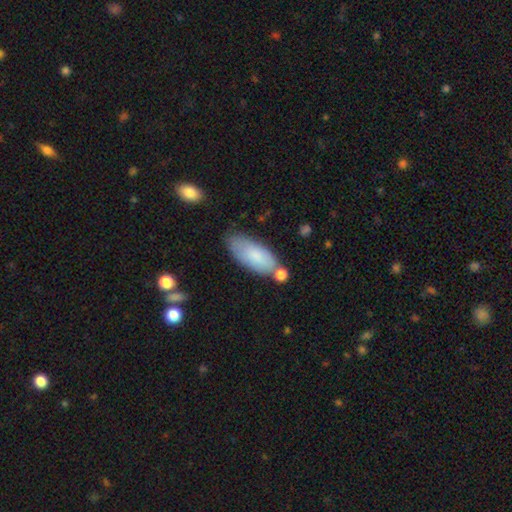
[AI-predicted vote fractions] Smooth or featured? Predicted: smooth (p=0.80). How rounded? Predicted: in between (p=0.86). Merging? Predicted: none (p=0.66).